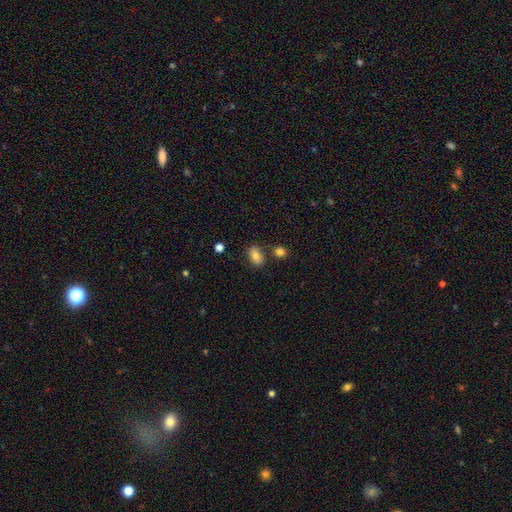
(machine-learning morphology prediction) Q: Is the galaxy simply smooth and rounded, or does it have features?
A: smooth — 82%.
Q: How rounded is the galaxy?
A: in between — 84%.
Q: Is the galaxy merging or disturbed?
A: none — 78%.